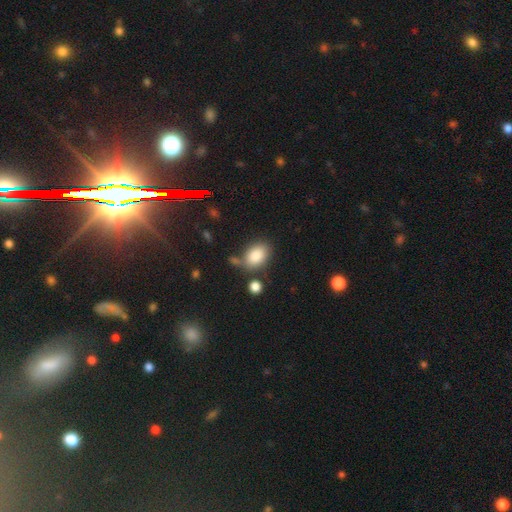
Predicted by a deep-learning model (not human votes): Q: Smooth or featured?
A: smooth (85%); runner-up: star or artifact (8%)
Q: How rounded?
A: in between (81%); runner-up: round (18%)
Q: Merging?
A: none (64%); runner-up: minor disturbance (17%)